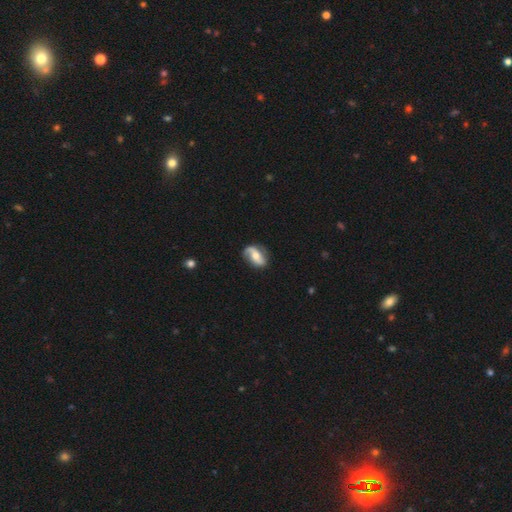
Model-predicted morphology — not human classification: The model was most divided on "bar": no: 43%, weak: 31%, strong: 26%. More confident: edge-on disk — no (95%); spiral arms — yes (91%); spiral arm count — 2 (81%); smooth or featured — featured or disk (74%); merging — none (73%); bulge size — moderate (64%); spiral winding — loose (56%).